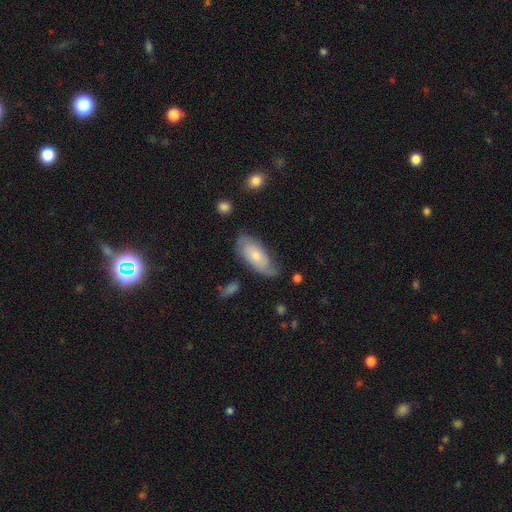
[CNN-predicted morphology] type=featured or disk (48%); merging=none (60%).